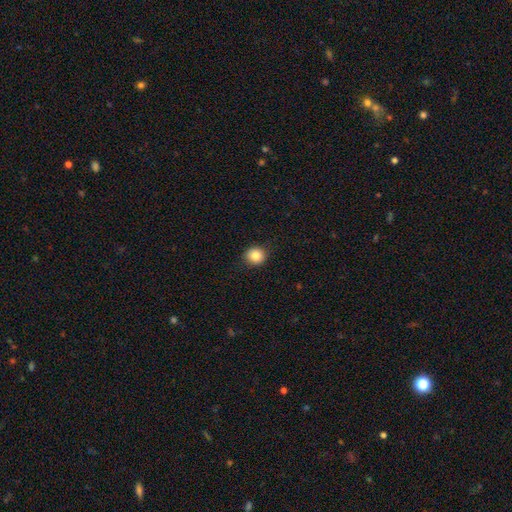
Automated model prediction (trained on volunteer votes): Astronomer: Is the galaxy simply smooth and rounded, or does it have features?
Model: smooth — 84%.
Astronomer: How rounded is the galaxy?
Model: round — 86%.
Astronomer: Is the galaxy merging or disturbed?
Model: none — 88%.